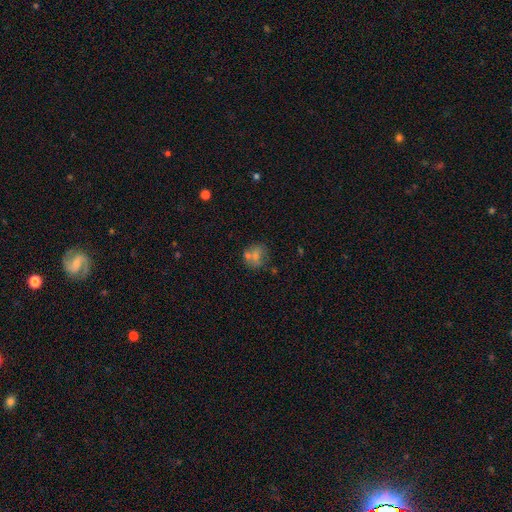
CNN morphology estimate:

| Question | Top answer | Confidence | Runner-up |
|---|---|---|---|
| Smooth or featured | smooth | 55% | featured or disk (24%) |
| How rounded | round | 76% | in between (22%) |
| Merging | none | 59% | merger (20%) |